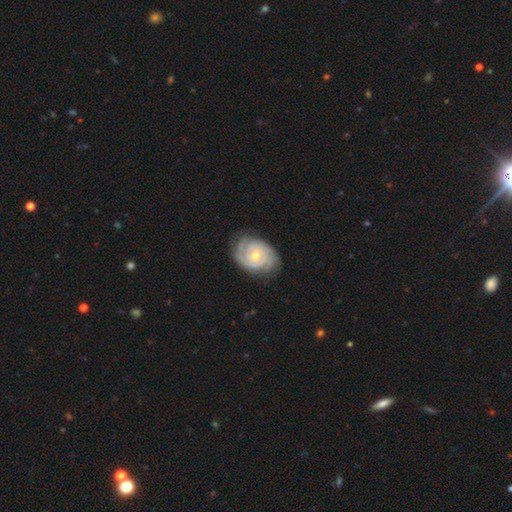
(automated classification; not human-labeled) Overall: featured or disk (88%). Edge-on disk: no (97%). Bar: no (73%). Spiral arms: yes (98%). Spiral arm count: 2 (39%; 3 26%). Spiral winding: tight (80%). Bulge size: small (49%; moderate 48%). Merging: none (80%).